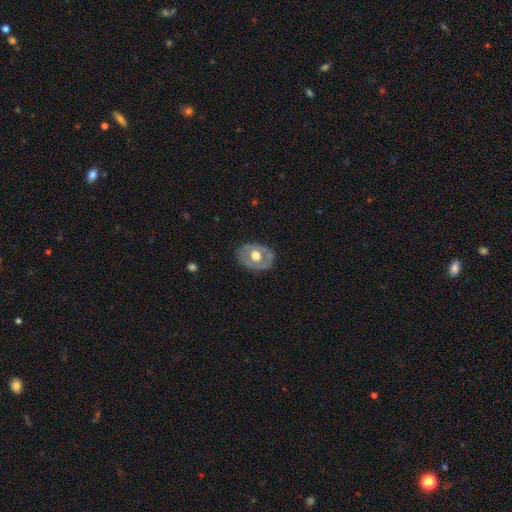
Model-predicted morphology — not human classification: Smooth or featured: featured or disk — 52% (smooth — 42%)
Edge-on disk: no — 92% (yes — 8%)
Merging: none — 76% (minor disturbance — 17%)